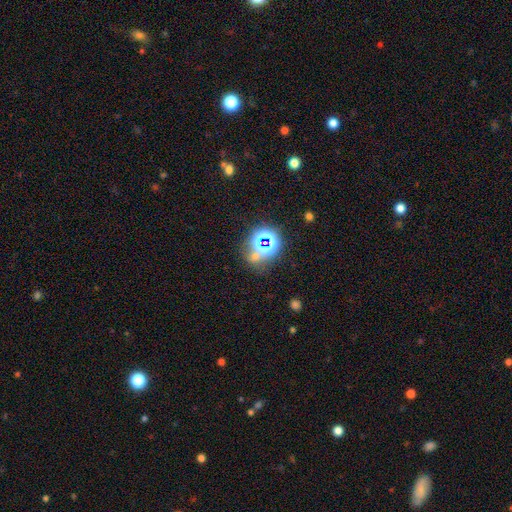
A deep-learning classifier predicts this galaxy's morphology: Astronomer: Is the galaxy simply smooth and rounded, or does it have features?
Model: star or artifact — 60%.